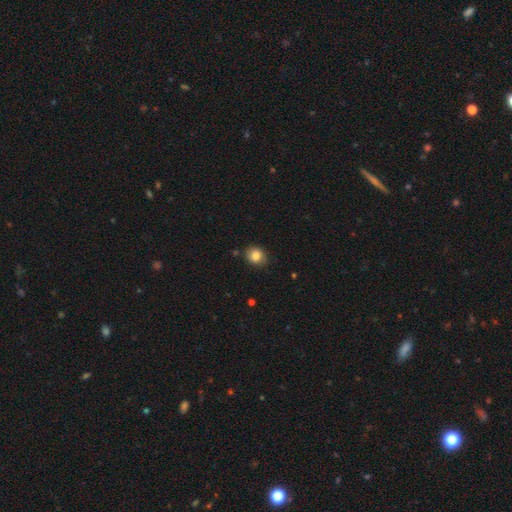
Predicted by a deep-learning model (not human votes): The model was most divided on "how rounded": round: 72%, in between: 28%, cigar-shaped: 1%. More confident: smooth or featured — smooth (83%); merging — none (82%).